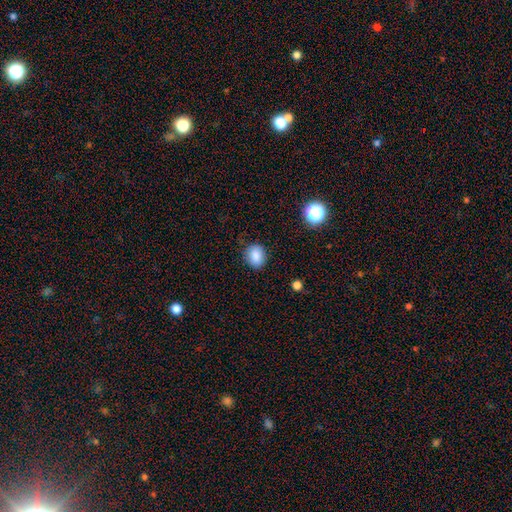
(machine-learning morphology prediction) Smooth or featured?
  - smooth: 85% *
  - star or artifact: 10%
  - featured or disk: 5%
How rounded?
  - round: 55% *
  - in between: 44%
  - cigar-shaped: 1%
Merging?
  - none: 83% *
  - minor disturbance: 12%
  - major disturbance: 3%
  - merger: 1%